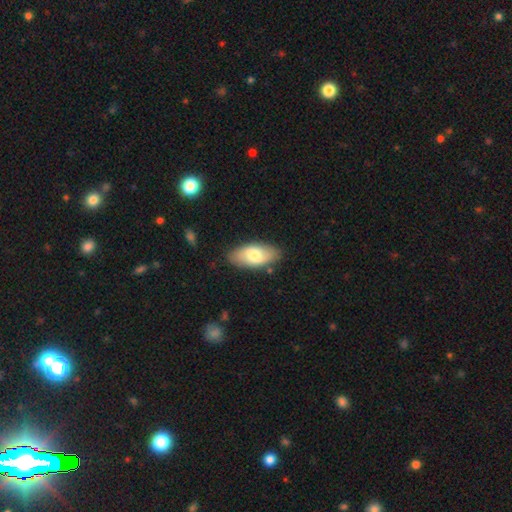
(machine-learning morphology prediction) smooth_or_featured: smooth (p=0.69) [alt: featured or disk p=0.25]
how_rounded: in between (p=0.91) [alt: cigar-shaped p=0.07]
merging: none (p=0.84) [alt: minor disturbance p=0.11]